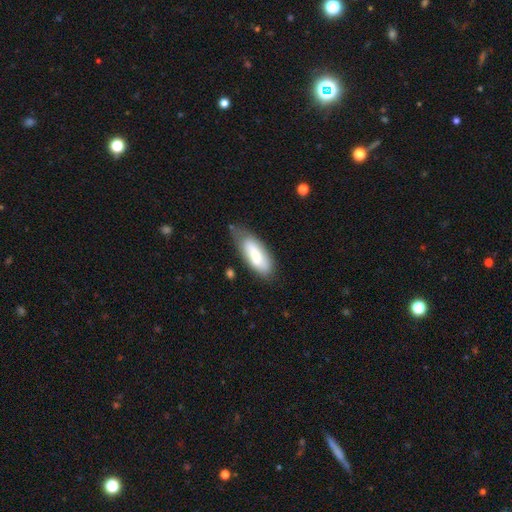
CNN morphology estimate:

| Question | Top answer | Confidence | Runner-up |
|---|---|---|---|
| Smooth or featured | smooth | 71% | featured or disk (22%) |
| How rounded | in between | 74% | cigar-shaped (24%) |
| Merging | none | 57% | minor disturbance (30%) |